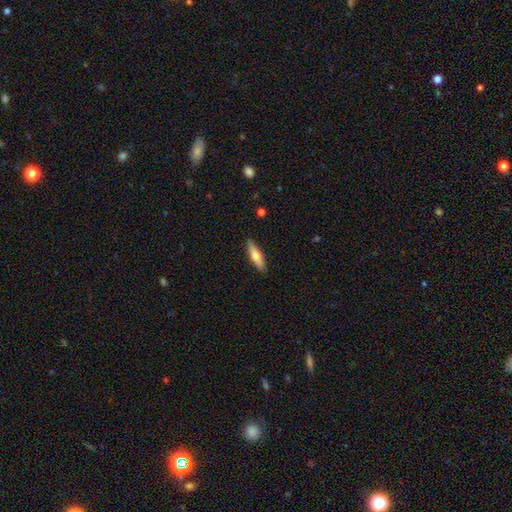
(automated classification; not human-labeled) A smooth galaxy with no disk features (65%) that is cigar-shaped (66%).

Vote fractions:
- Smooth or featured? smooth: 65% / featured or disk: 29% / star or artifact: 6%
- How rounded? cigar-shaped: 66% / in between: 32% / round: 2%
- Merging? none: 89% / minor disturbance: 8% / major disturbance: 2% / merger: 1%